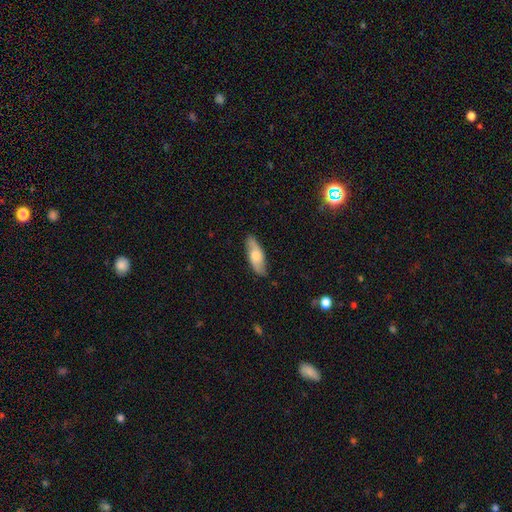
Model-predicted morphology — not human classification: smooth-or-featured: smooth: 53% | featured or disk: 41% | star or artifact: 6%
  how-rounded: in between: 63% | cigar-shaped: 35% | round: 3%
  merging: none: 82% | minor disturbance: 14% | major disturbance: 3% | merger: 1%